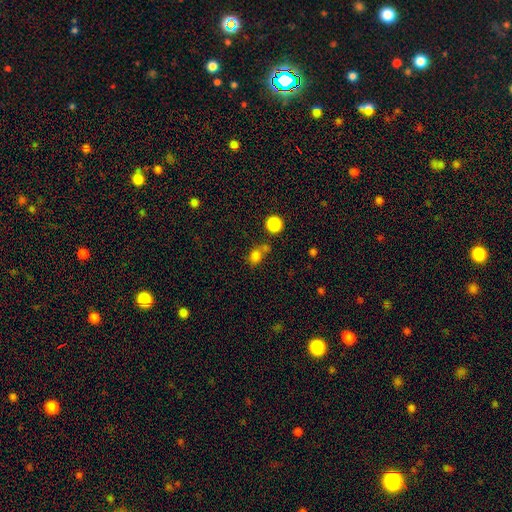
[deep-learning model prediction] Morphology: type=smooth (79%); roundness=round (54%); merging=none (51%).